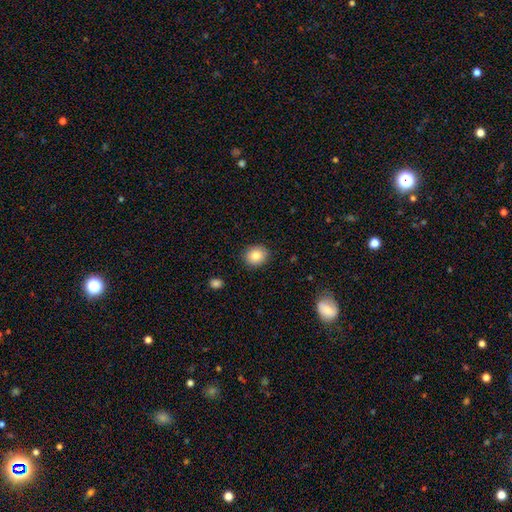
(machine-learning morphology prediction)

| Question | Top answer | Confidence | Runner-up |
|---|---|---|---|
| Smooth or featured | smooth | 84% | star or artifact (9%) |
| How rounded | round | 74% | in between (25%) |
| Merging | none | 89% | minor disturbance (8%) |